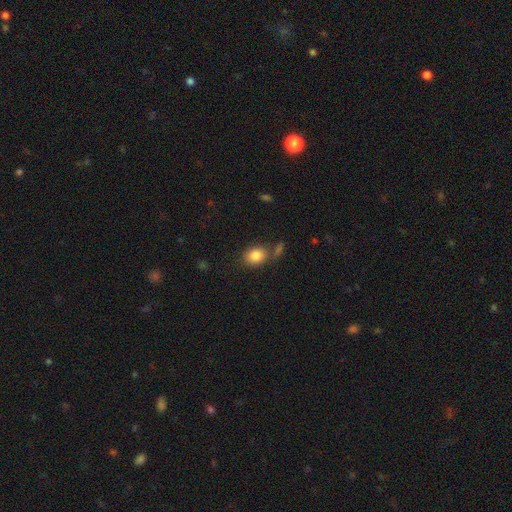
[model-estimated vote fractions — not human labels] A smooth galaxy with no disk features (83%) that is in between round and cigar-shaped (61%). Merging: none (67%).